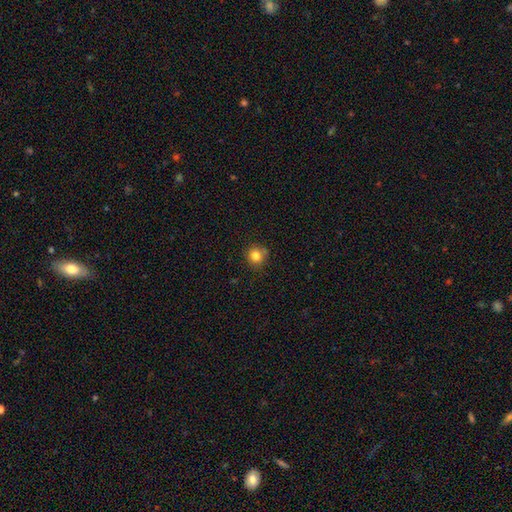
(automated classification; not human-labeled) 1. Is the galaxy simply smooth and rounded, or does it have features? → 82% smooth, 12% star or artifact, 6% featured or disk.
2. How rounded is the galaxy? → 91% round, 8% in between, 1% cigar-shaped.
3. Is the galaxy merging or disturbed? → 81% none, 12% minor disturbance, 5% merger, 3% major disturbance.